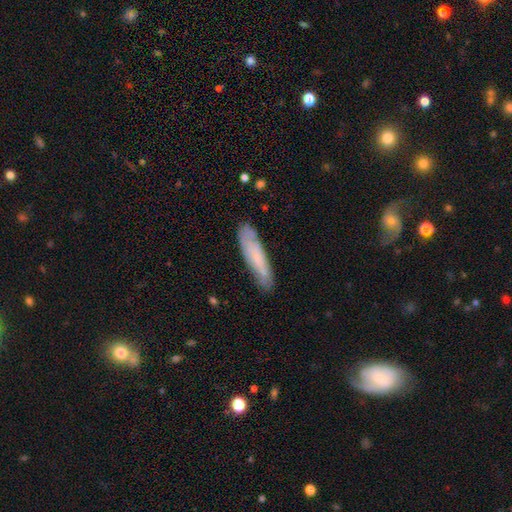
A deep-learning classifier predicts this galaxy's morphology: Smooth or featured?
  - smooth: 60% *
  - featured or disk: 32%
  - star or artifact: 8%
How rounded?
  - cigar-shaped: 77% *
  - in between: 21%
  - round: 1%
Merging?
  - none: 78% *
  - minor disturbance: 17%
  - major disturbance: 4%
  - merger: 2%